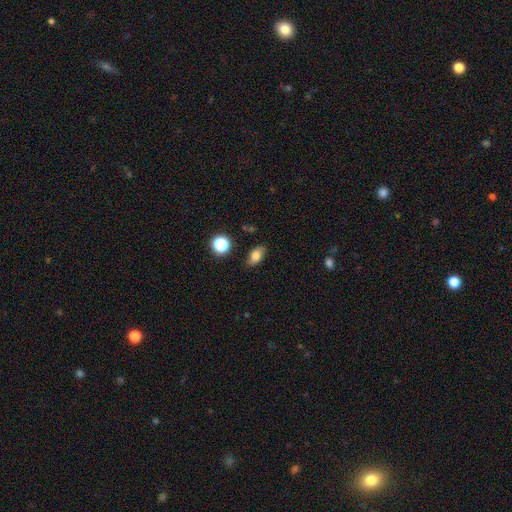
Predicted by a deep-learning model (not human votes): Smooth or featured? smooth (76%)
How rounded? in between (84%)
Merging? none (81%)